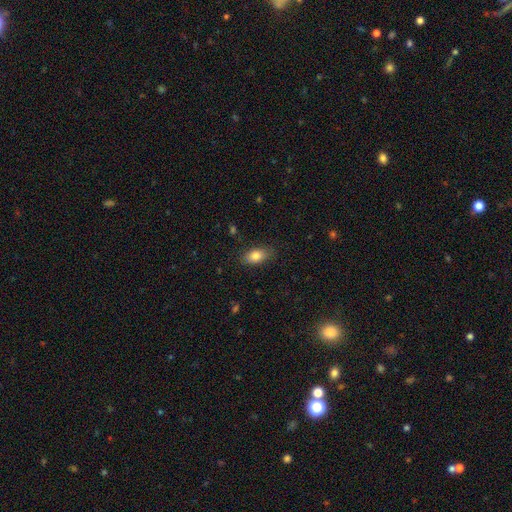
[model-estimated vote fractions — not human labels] The model was most divided on "merging": none: 84%, minor disturbance: 12%, major disturbance: 3%, merger: 1%. More confident: how rounded — in between (89%); smooth or featured — smooth (82%).